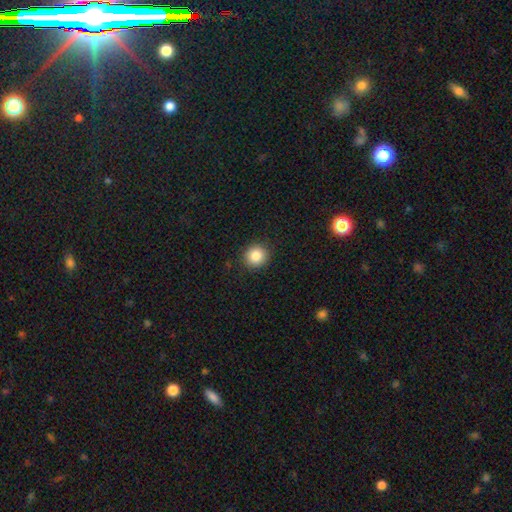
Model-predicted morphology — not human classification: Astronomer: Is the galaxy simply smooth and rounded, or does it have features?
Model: smooth — 85%.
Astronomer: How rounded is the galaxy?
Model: round — 91%.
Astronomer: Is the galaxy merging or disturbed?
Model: none — 90%.